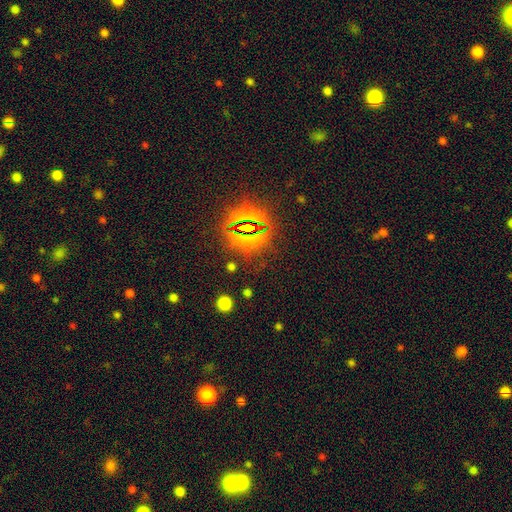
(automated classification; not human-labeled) Morphology: type=star or artifact (75%).